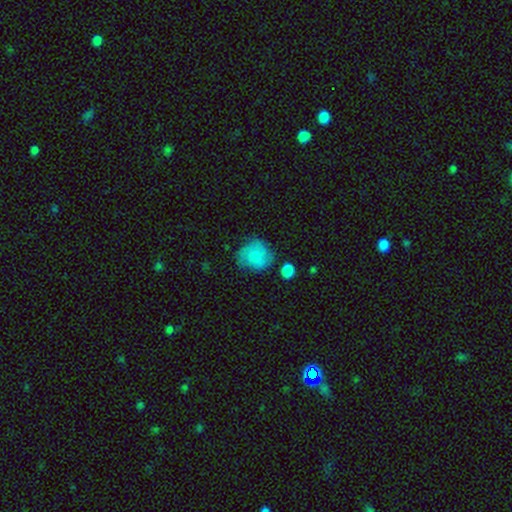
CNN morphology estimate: Smooth or featured?
  - smooth: 72% *
  - featured or disk: 20%
  - star or artifact: 8%
How rounded?
  - round: 80% *
  - in between: 19%
  - cigar-shaped: 1%
Merging?
  - none: 59% *
  - minor disturbance: 26%
  - major disturbance: 11%
  - merger: 4%